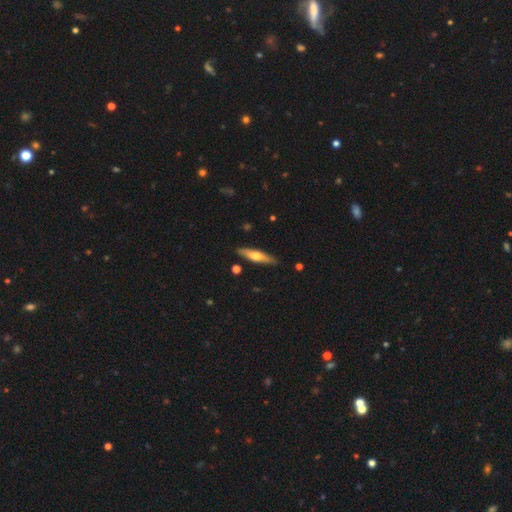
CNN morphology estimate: Q: Smooth or featured?
A: smooth (50%); runner-up: featured or disk (44%)
Q: How rounded?
A: cigar-shaped (78%); runner-up: in between (20%)
Q: Merging?
A: none (87%); runner-up: minor disturbance (9%)